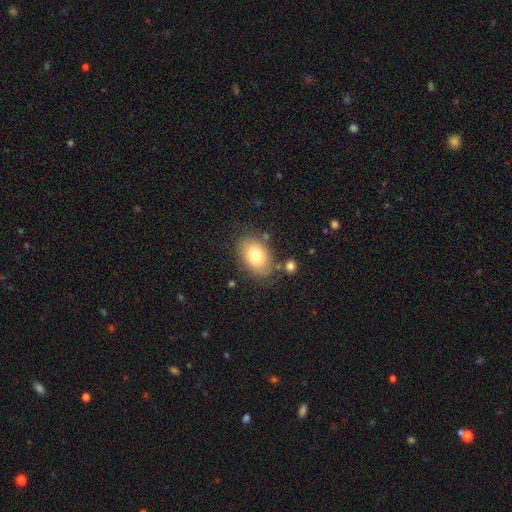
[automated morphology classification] A smooth galaxy with no disk features (76%) that is in between round and cigar-shaped (84%). Merging: none (76%).